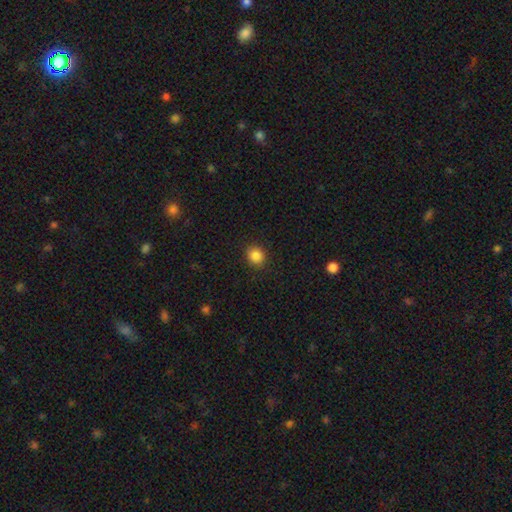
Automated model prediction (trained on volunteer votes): Morphology: type=smooth (86%); roundness=round (79%); merging=none (90%).